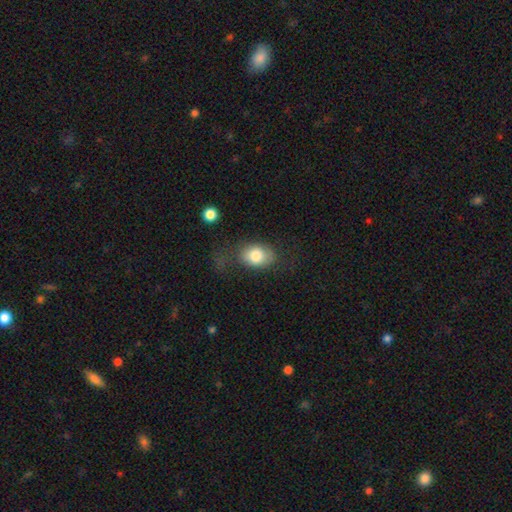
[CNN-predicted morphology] Smooth or featured?
  - smooth: 80% *
  - featured or disk: 12%
  - star or artifact: 8%
How rounded?
  - in between: 75% *
  - round: 24%
  - cigar-shaped: 1%
Merging?
  - none: 57% *
  - minor disturbance: 23%
  - major disturbance: 18%
  - merger: 3%